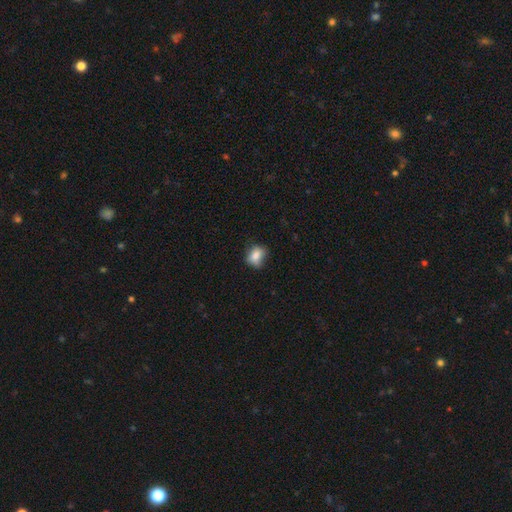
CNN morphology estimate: type=smooth (82%); roundness=in between (51%); merging=none (56%).